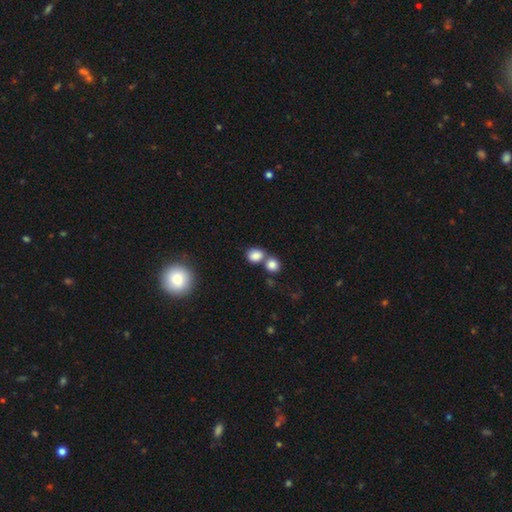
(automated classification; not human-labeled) A smooth galaxy with no disk features (84%) that is round (58%). Merging: none (44%).